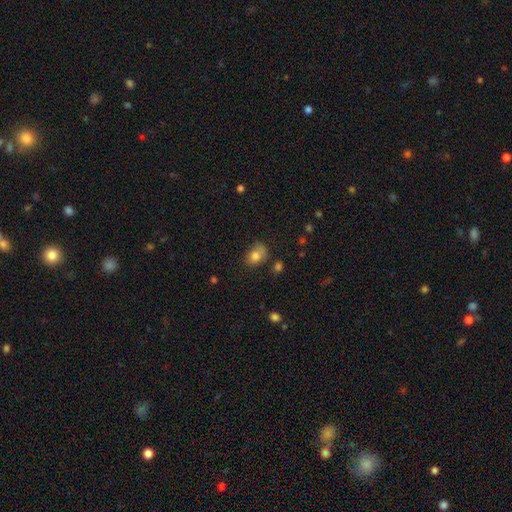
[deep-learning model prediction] smooth-or-featured: smooth: 79% | featured or disk: 11% | star or artifact: 10%
  how-rounded: in between: 64% | round: 35% | cigar-shaped: 1%
  merging: none: 48% | minor disturbance: 32% | major disturbance: 13% | merger: 7%